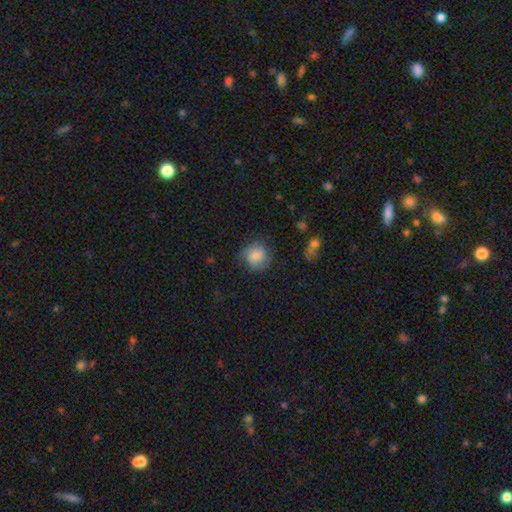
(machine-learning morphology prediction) A smooth galaxy with no disk features (67%) that is round (82%). Merging: none (70%).